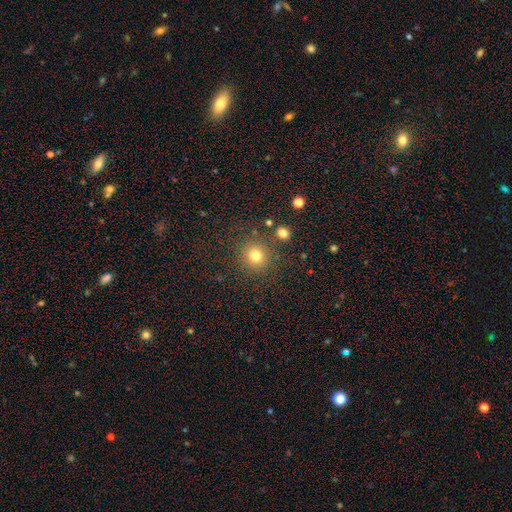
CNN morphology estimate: smooth 77%, star or artifact 15%, featured or disk 7%. Down the decision tree: how rounded — round (90%); merging — none (84%).